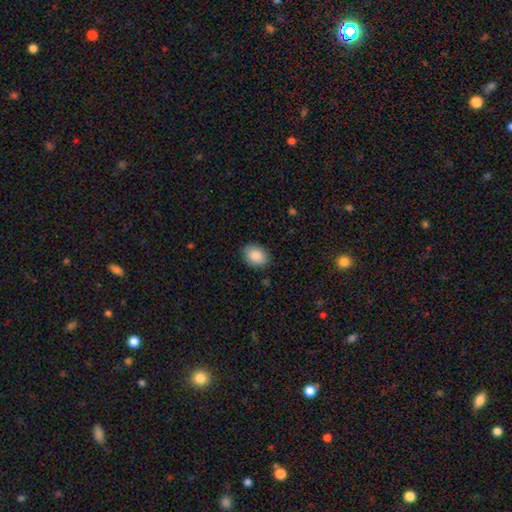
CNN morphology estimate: This is clearly a smooth galaxy (88%). How rounded: likely in between (66%). Merging: clearly none (87%).